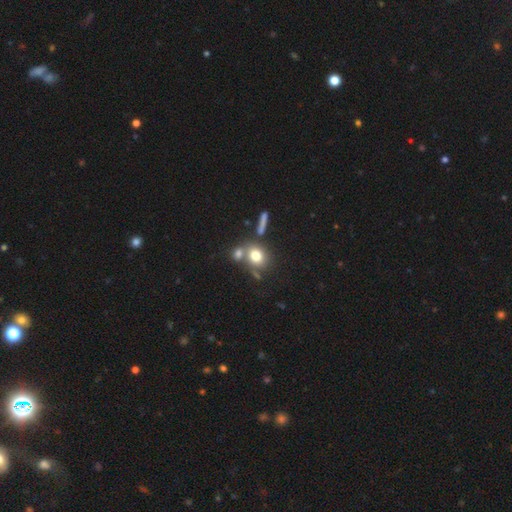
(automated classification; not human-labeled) smooth 75%, featured or disk 14%, star or artifact 12%. Down the decision tree: how rounded — round (70%); merging — none (52%).